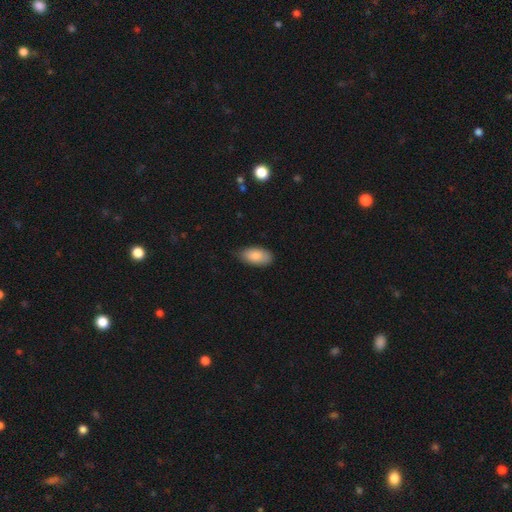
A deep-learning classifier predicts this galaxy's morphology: This appears to be a smooth galaxy with no disk features (85%) that is in between round and cigar-shaped (94%). Merging: none (76%).